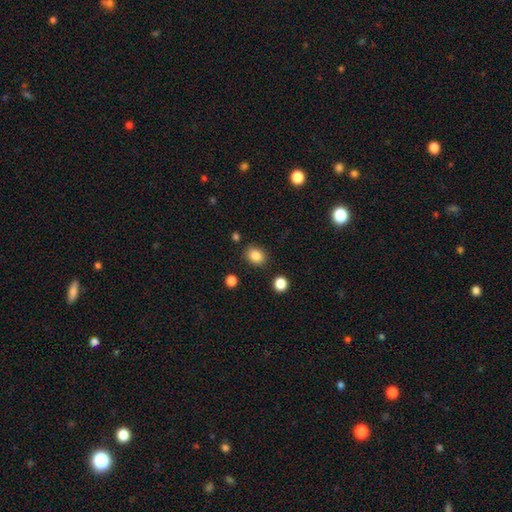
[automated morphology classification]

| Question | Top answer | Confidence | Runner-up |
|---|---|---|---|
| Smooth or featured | smooth | 85% | star or artifact (10%) |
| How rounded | in between | 50% | round (49%) |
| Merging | none | 86% | minor disturbance (9%) |